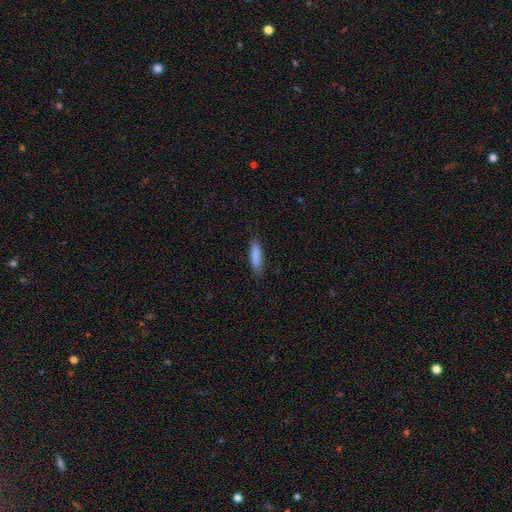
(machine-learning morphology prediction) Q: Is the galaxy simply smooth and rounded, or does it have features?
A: smooth — 86%.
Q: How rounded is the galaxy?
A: cigar-shaped — 67%.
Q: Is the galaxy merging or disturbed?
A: none — 82%.